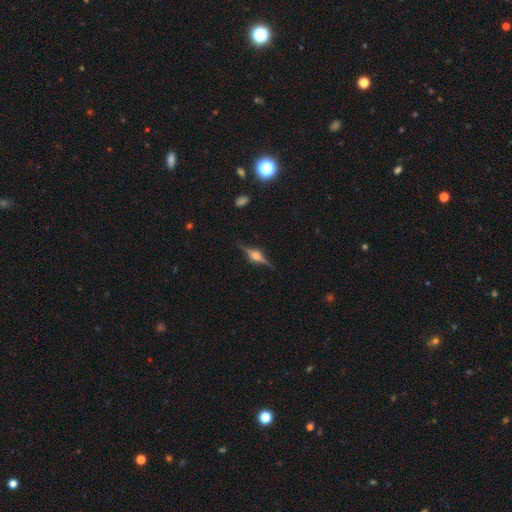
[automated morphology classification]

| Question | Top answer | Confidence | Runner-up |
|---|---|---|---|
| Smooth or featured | featured or disk | 86% | smooth (8%) |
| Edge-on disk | yes | 98% | no (2%) |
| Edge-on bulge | rounded | 91% | boxy (7%) |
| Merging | none | 88% | minor disturbance (8%) |